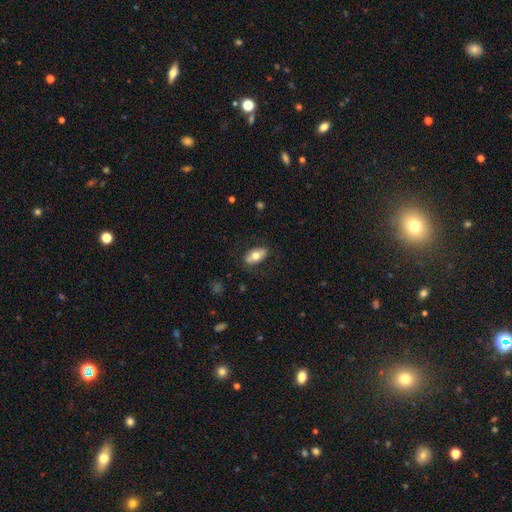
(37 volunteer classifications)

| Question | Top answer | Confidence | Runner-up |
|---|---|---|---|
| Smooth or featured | smooth | 54% | featured or disk (43%) |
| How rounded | in between | 95% | round (5%) |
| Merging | none | 83% | minor disturbance (11%) |